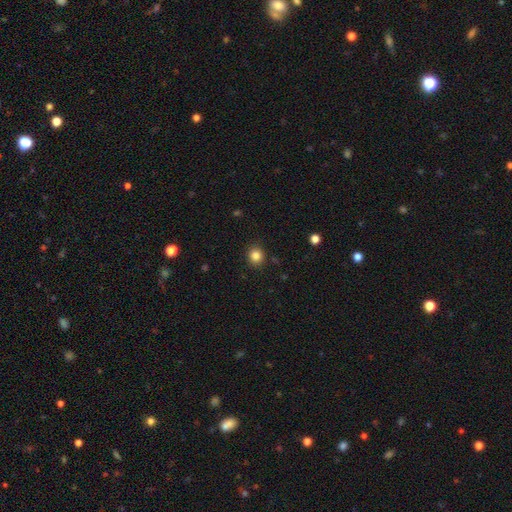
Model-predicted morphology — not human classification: Overall: smooth (84%). How rounded: round (86%). Merging: none (89%).